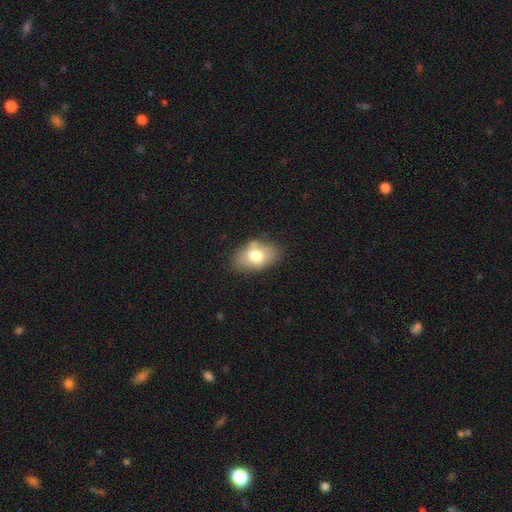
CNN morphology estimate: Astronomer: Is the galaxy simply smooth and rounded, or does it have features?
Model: smooth — 72%.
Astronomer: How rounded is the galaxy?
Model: in between — 87%.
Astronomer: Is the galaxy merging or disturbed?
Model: none — 69%.